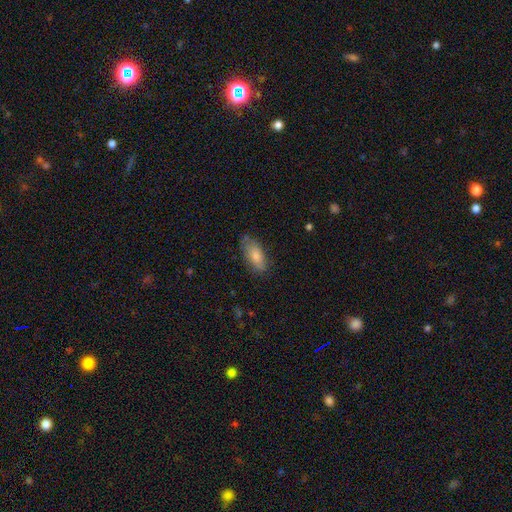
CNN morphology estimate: Smooth or featured: smooth — 74% (featured or disk — 18%)
How rounded: in between — 81% (cigar-shaped — 16%)
Merging: none — 75% (minor disturbance — 19%)